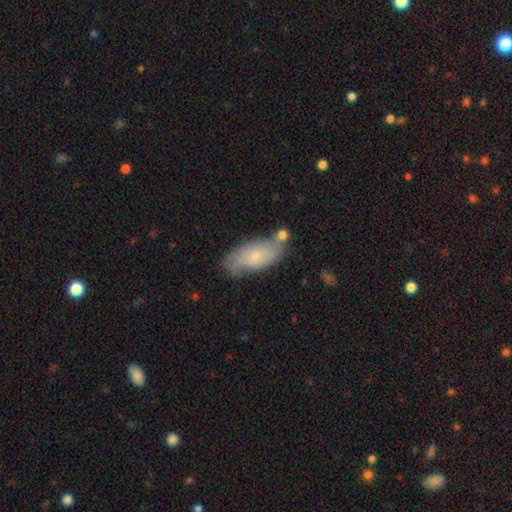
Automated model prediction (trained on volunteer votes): smooth-or-featured: smooth: 55% | featured or disk: 39% | star or artifact: 7%
  how-rounded: in between: 86% | cigar-shaped: 11% | round: 3%
  merging: none: 57% | minor disturbance: 24% | merger: 12% | major disturbance: 7%